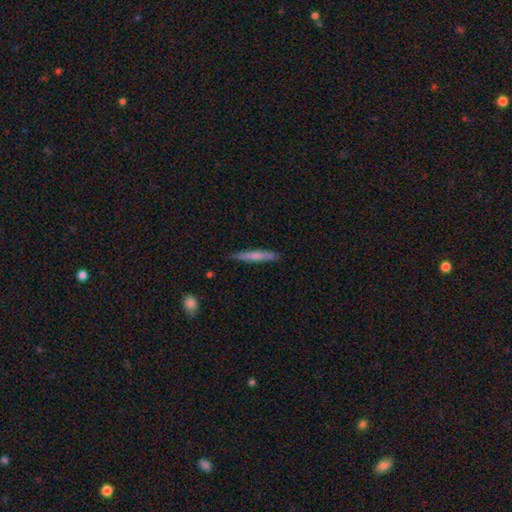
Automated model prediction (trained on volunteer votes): Smooth or featured? smooth (64%)
How rounded? cigar-shaped (95%)
Merging? none (85%)